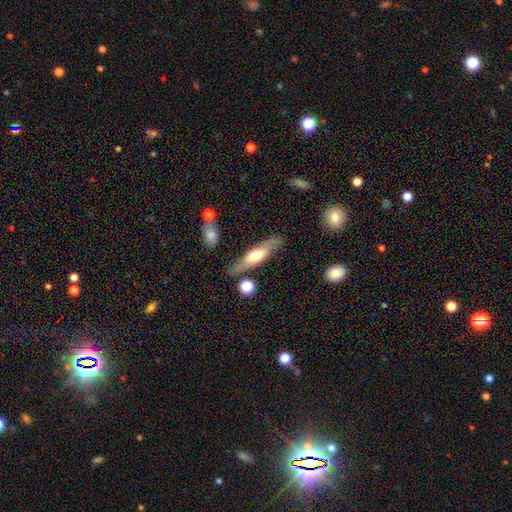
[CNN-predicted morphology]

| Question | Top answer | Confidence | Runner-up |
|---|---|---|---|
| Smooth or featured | featured or disk | 49% | smooth (45%) |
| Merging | none | 82% | minor disturbance (11%) |